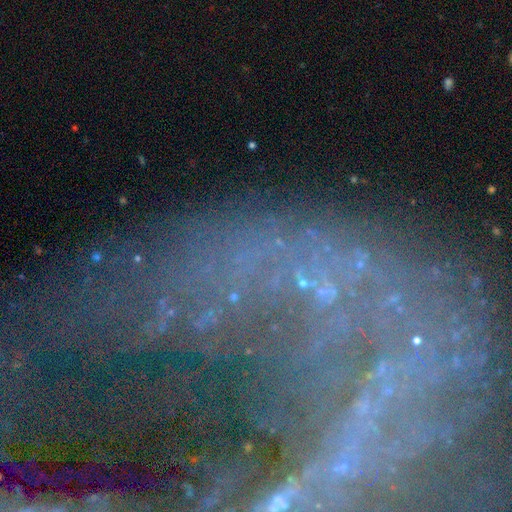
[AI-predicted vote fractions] This is possibly a featured or disk galaxy (47%). Merging: possibly none (45%).